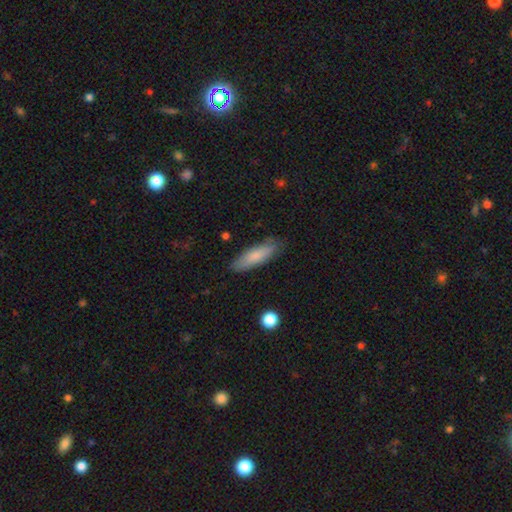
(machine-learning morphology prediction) A smooth galaxy with no disk features (79%) that is cigar-shaped (58%).

Vote fractions:
- Smooth or featured? smooth: 79% / featured or disk: 15% / star or artifact: 6%
- How rounded? cigar-shaped: 58% / in between: 40% / round: 2%
- Merging? none: 83% / minor disturbance: 13% / major disturbance: 3% / merger: 1%